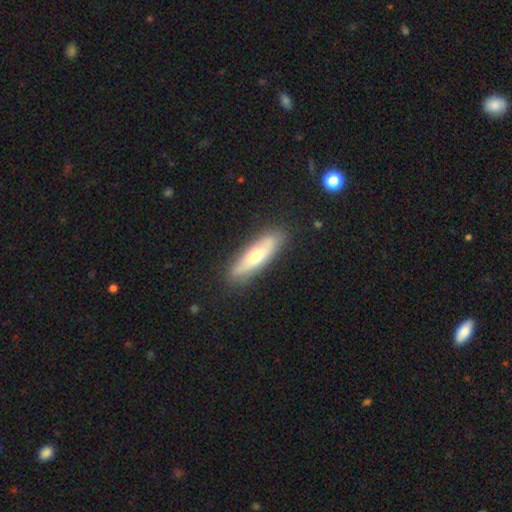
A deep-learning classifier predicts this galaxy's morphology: This is possibly a smooth galaxy (52%). How rounded: possibly cigar-shaped (58%). Merging: clearly none (84%).